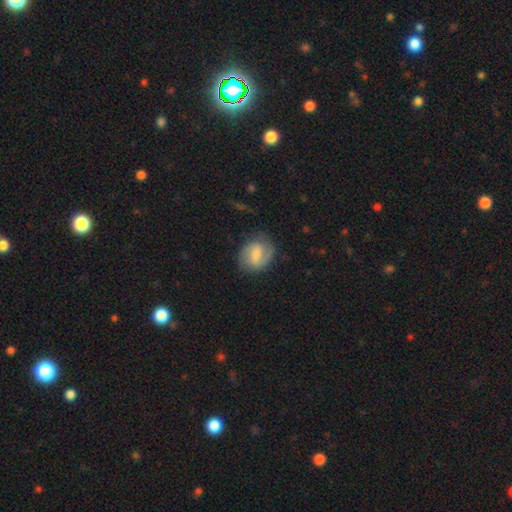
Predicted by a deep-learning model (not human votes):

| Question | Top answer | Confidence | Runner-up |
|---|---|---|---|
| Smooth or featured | featured or disk | 53% | smooth (40%) |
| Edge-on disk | no | 97% | yes (3%) |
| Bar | weak | 53% | strong (28%) |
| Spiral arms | yes | 82% | no (18%) |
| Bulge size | small | 41% | moderate (39%) |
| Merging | none | 76% | minor disturbance (17%) |